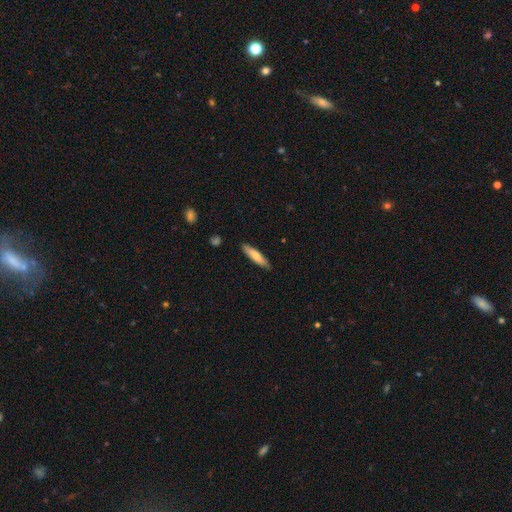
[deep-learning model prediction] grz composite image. It shows a smooth galaxy with no disk features (72%) that is cigar-shaped (79%). Merging: none (87%).